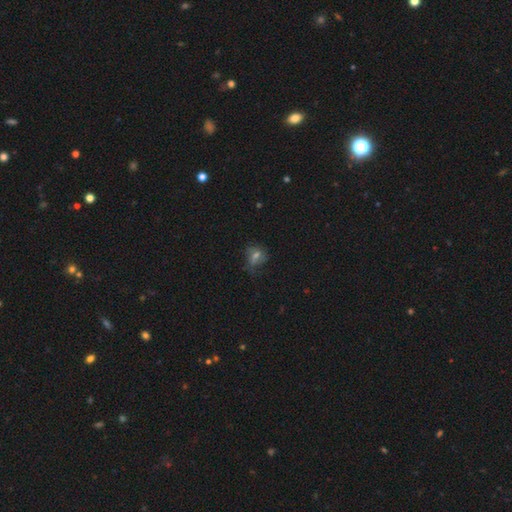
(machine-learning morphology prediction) This is marginally a smooth galaxy (41%). Merging: possibly none (57%).